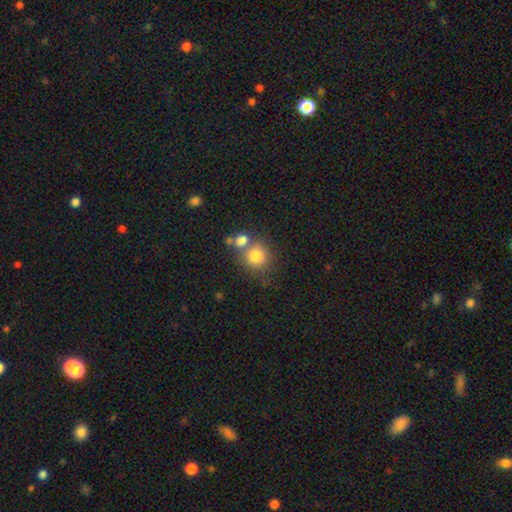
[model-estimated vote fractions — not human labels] This appears to be a smooth galaxy with no disk features (80%) that is round (87%). Merging: none (56%).